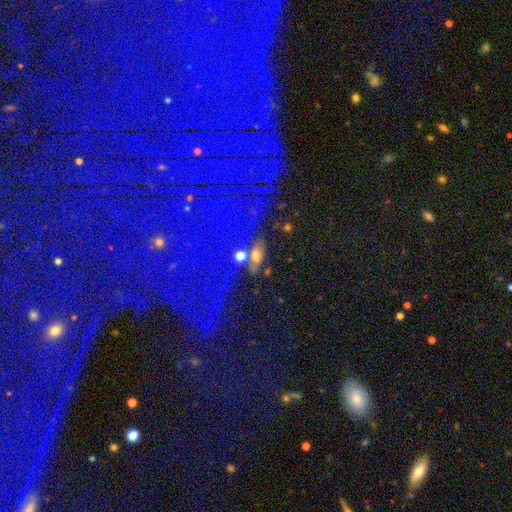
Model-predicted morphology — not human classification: Smooth or featured? Predicted: smooth (p=0.64). How rounded? Predicted: in between (p=0.71). Merging? Predicted: none (p=0.65).